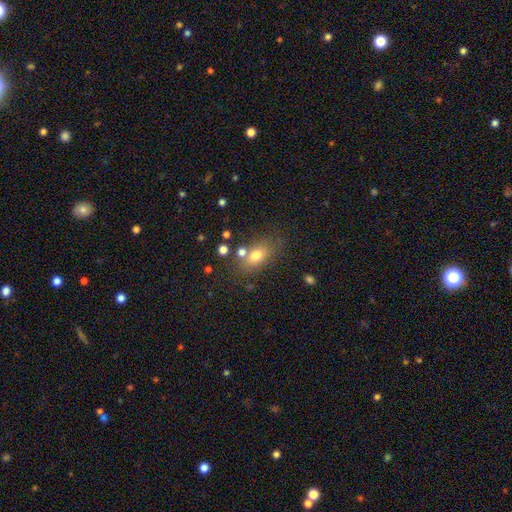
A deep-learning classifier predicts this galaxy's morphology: type=smooth (74%); roundness=in between (79%); merging=none (65%).